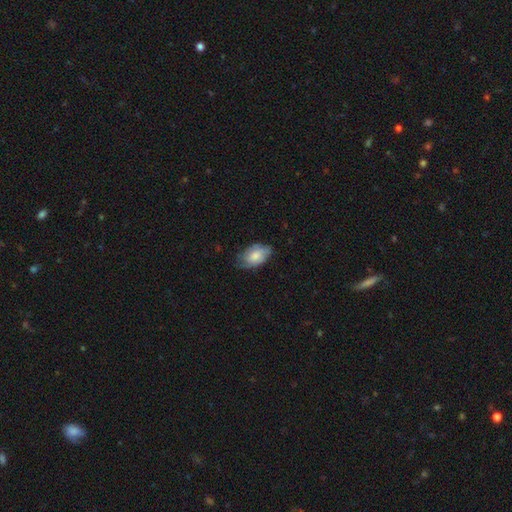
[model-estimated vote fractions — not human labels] A smooth galaxy with no disk features (65%) that is in between round and cigar-shaped (91%).

Vote fractions:
- Smooth or featured? smooth: 65% / featured or disk: 29% / star or artifact: 7%
- How rounded? in between: 91% / round: 7% / cigar-shaped: 2%
- Merging? none: 60% / minor disturbance: 32% / major disturbance: 7% / merger: 1%